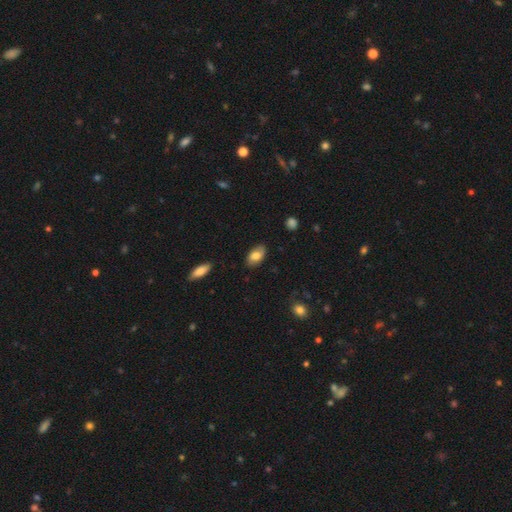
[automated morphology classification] Overall: smooth (77%). How rounded: in between (93%). Merging: none (83%).